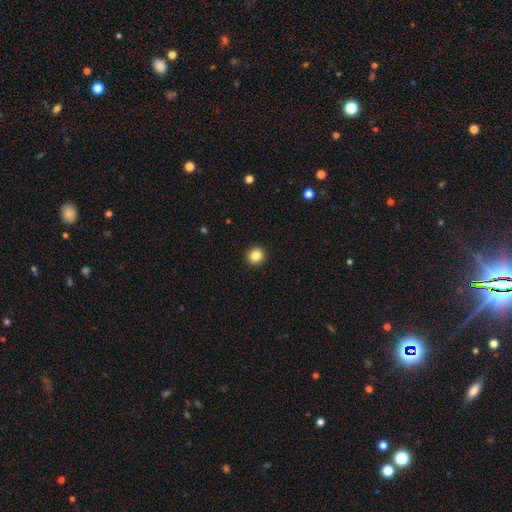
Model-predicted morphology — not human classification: Q: Smooth or featured?
A: smooth (85%); runner-up: star or artifact (10%)
Q: How rounded?
A: round (95%); runner-up: in between (4%)
Q: Merging?
A: none (94%); runner-up: minor disturbance (4%)